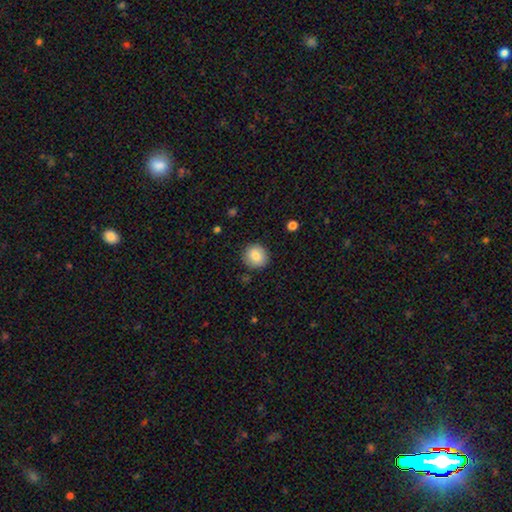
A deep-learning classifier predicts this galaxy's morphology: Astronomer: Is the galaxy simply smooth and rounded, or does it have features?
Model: smooth — 85%.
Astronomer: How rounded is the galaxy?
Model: round — 86%.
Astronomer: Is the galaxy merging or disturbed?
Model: none — 88%.